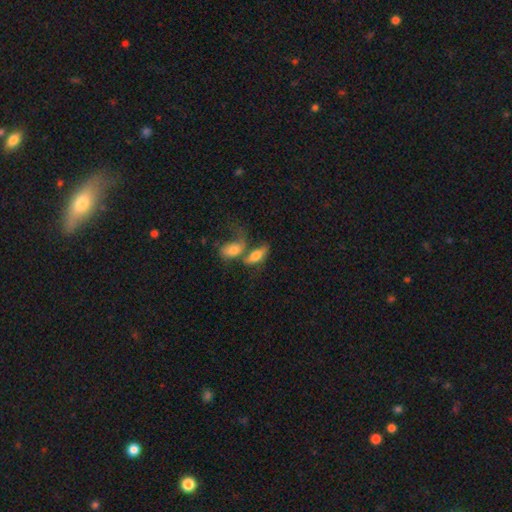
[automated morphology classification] Smooth or featured: smooth — 64% (featured or disk — 28%)
How rounded: in between — 76% (cigar-shaped — 20%)
Merging: merger — 53% (none — 27%)